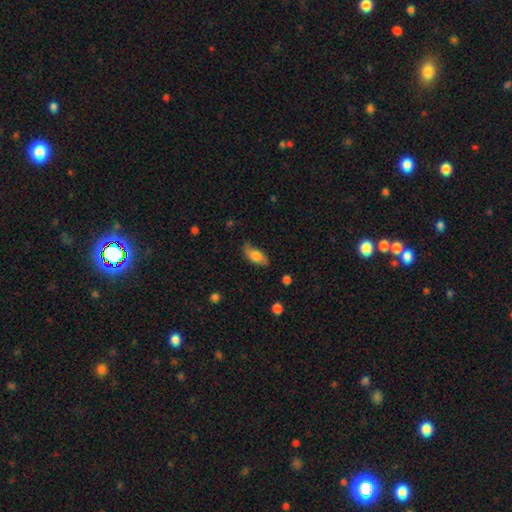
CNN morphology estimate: smooth 74%, featured or disk 20%, star or artifact 7%. Down the decision tree: how rounded — in between (87%); merging — none (68%).